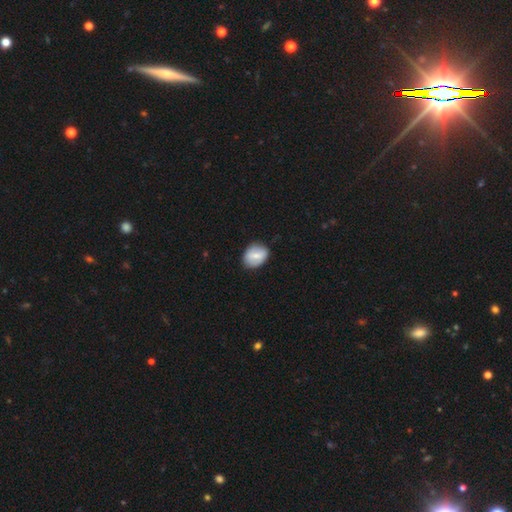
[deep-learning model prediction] A smooth galaxy with no disk features (66%) that is in between round and cigar-shaped (63%).

Vote fractions:
- Smooth or featured? smooth: 66% / featured or disk: 27% / star or artifact: 7%
- How rounded? in between: 63% / round: 36% / cigar-shaped: 1%
- Merging? none: 82% / minor disturbance: 14% / major disturbance: 3% / merger: 1%